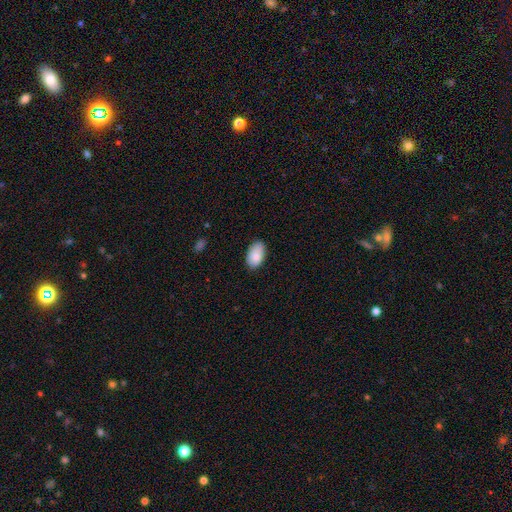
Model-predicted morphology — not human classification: Smooth or featured? Predicted: smooth (p=0.88). How rounded? Predicted: in between (p=0.95). Merging? Predicted: none (p=0.83).